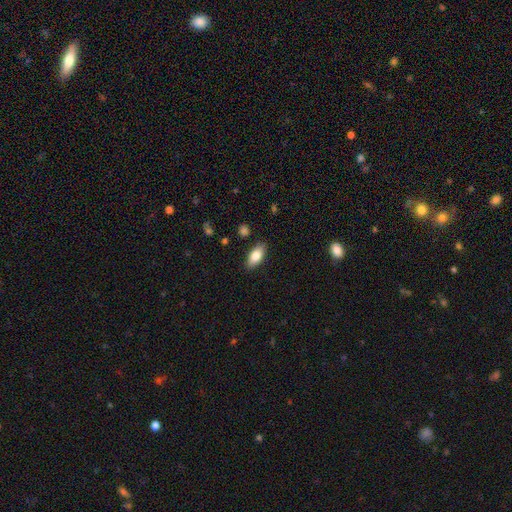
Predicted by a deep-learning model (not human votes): Q: Smooth or featured?
A: smooth (82%); runner-up: featured or disk (11%)
Q: How rounded?
A: in between (88%); runner-up: cigar-shaped (9%)
Q: Merging?
A: none (87%); runner-up: minor disturbance (9%)